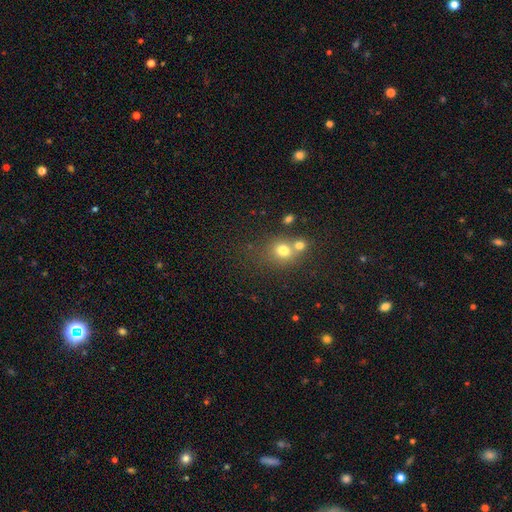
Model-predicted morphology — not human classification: type=smooth (55%); roundness=round (74%); merging=none (58%).